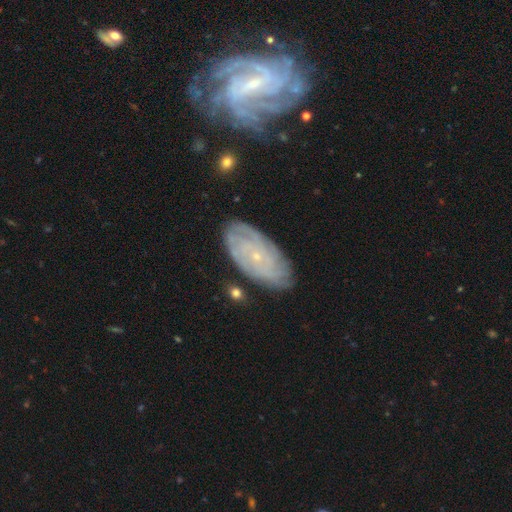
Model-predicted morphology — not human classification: type=featured or disk (76%); edge-on=no (93%); bar=no (81%); spiral arms=yes (91%); winding=tight (78%); arm count=can't tell (47%); bulge=small (86%); merging=none (78%).